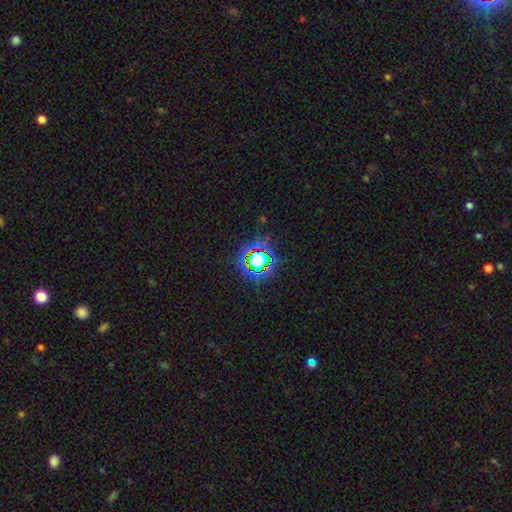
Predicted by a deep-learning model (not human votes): The model was most divided on "smooth or featured": star or artifact: 71%, smooth: 18%, featured or disk: 11%.